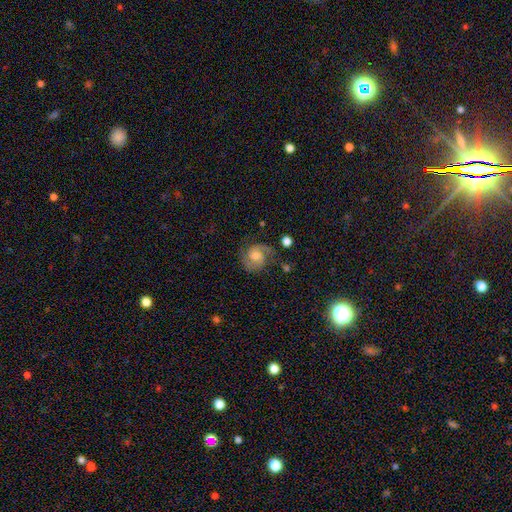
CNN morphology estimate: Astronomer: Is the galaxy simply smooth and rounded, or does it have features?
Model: featured or disk — 77%.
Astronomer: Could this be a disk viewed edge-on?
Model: no — 98%.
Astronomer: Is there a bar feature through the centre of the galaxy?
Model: no — 62%.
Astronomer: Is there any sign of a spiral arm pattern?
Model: yes — 96%.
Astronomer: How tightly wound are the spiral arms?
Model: medium — 47% (runner-up: tight, 37%).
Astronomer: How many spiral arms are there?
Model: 2 — 82%.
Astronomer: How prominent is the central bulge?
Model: moderate — 59%.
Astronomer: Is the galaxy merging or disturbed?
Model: none — 68%.